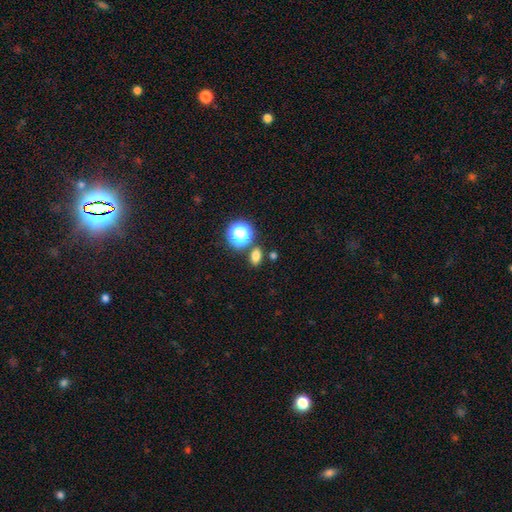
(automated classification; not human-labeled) smooth-or-featured: smooth: 75% | star or artifact: 19% | featured or disk: 6%
  how-rounded: in between: 69% | round: 29% | cigar-shaped: 2%
  merging: none: 79% | minor disturbance: 9% | merger: 9% | major disturbance: 3%